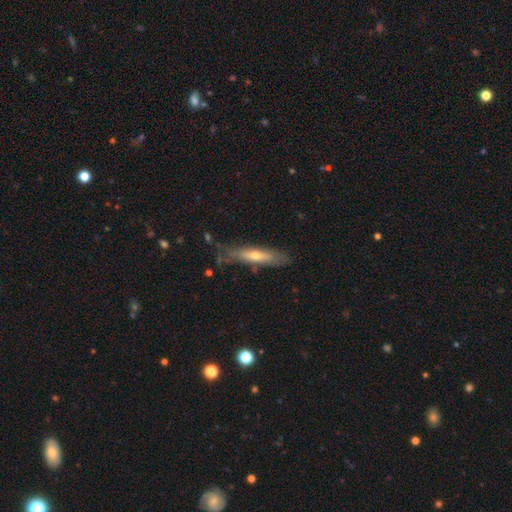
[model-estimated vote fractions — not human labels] A featured or disk galaxy (52%) viewed edge-on (70%). Merging: none (70%).